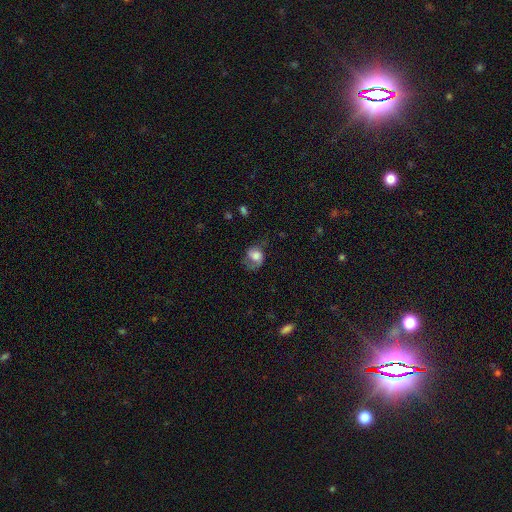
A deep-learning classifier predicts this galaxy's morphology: type=smooth (61%); roundness=in between (51%); merging=none (39%).